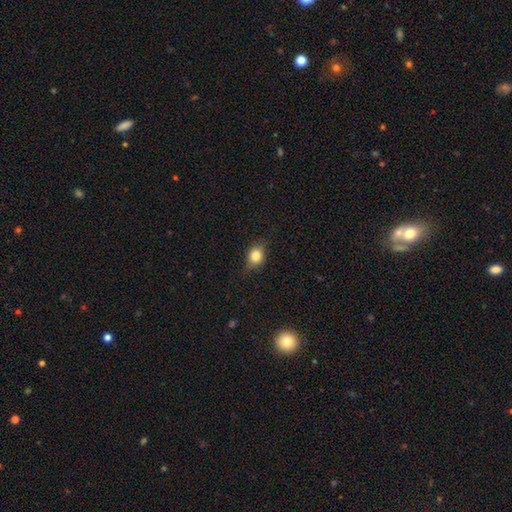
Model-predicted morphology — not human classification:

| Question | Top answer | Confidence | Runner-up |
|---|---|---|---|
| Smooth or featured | smooth | 80% | featured or disk (10%) |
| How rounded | in between | 49% | tied: round (49%) |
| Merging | none | 76% | minor disturbance (19%) |